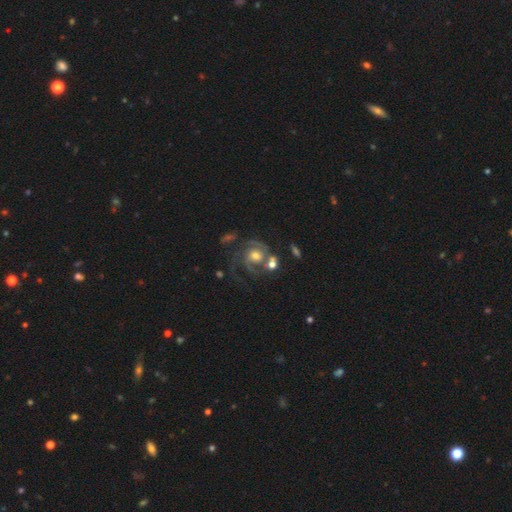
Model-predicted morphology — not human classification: This is clearly a featured or disk galaxy (85%). It is clearly not viewed edge-on (98%). Bar: likely no (72%). Spiral arm pattern: clearly yes (95%). Spiral arm count: possibly 2 (53%). Spiral winding: possibly tight (46%). Central bulge: likely moderate (65%). Merging: marginally none (44%).